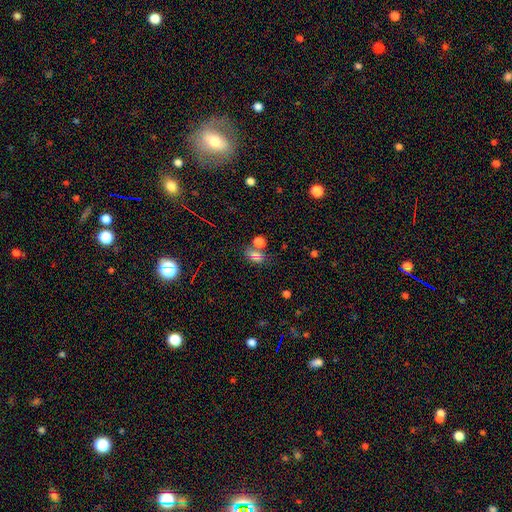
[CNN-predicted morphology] Smooth or featured?
  - smooth: 71% *
  - star or artifact: 18%
  - featured or disk: 11%
How rounded?
  - in between: 74% *
  - round: 24%
  - cigar-shaped: 3%
Merging?
  - none: 48% *
  - merger: 28%
  - minor disturbance: 16%
  - major disturbance: 7%